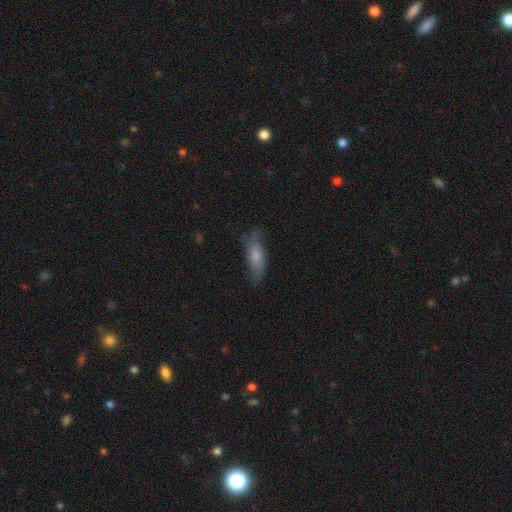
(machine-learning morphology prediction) Overall: smooth (68%). How rounded: in between (59%; cigar-shaped 39%). Merging: none (68%).